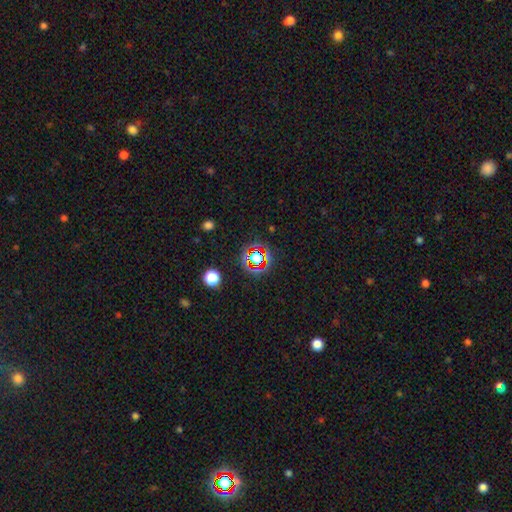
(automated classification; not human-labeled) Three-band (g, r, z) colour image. It shows a star or artifact, not a galaxy (64%).